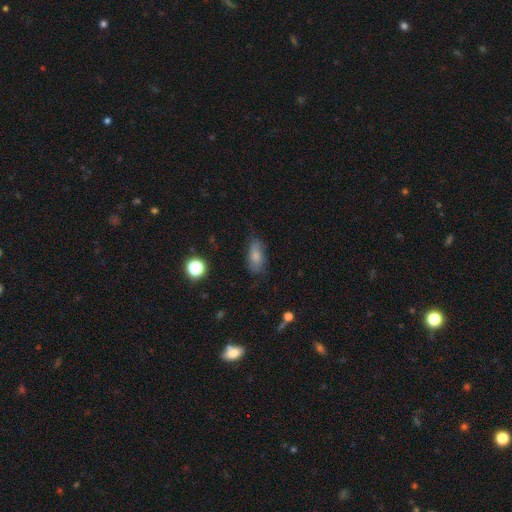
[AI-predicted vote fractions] A smooth galaxy with no disk features (71%) that is in between round and cigar-shaped (85%).

Vote fractions:
- Smooth or featured? smooth: 71% / featured or disk: 19% / star or artifact: 10%
- How rounded? in between: 85% / cigar-shaped: 9% / round: 6%
- Merging? none: 60% / minor disturbance: 28% / major disturbance: 9% / merger: 2%